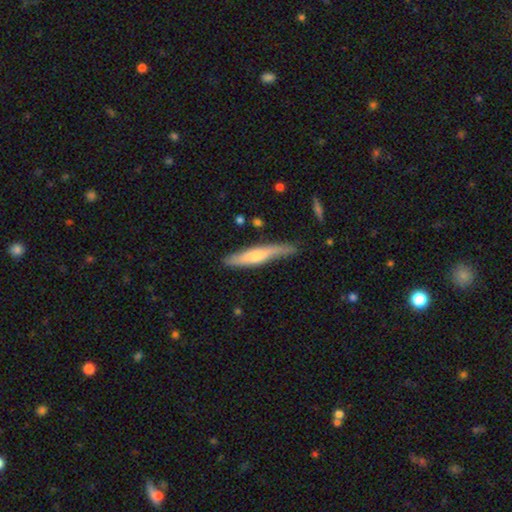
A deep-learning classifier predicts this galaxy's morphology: smooth 56%, featured or disk 39%, star or artifact 5%. Down the decision tree: how rounded — cigar-shaped (88%); merging — none (69%).